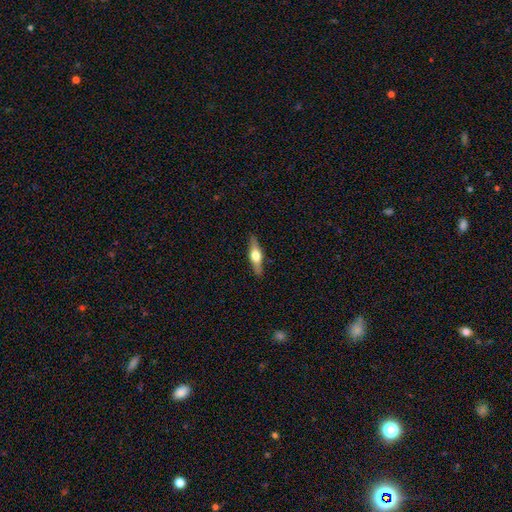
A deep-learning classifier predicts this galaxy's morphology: This appears to be a featured or disk galaxy (55%) viewed edge-on (94%) with a rounded central bulge (94%). Merging: none (88%).